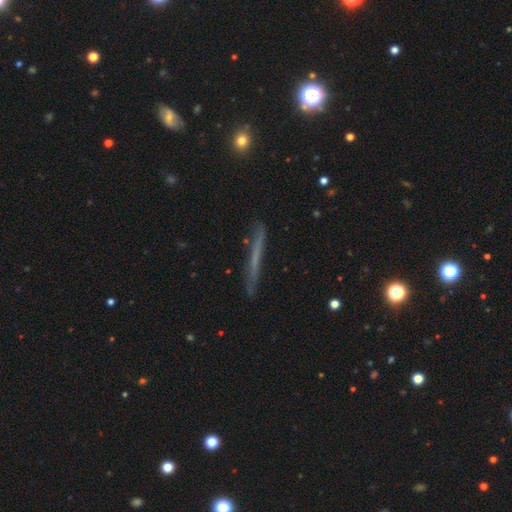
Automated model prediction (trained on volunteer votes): featured or disk 47%, smooth 43%, star or artifact 9%. Down the decision tree: merging — none (83%).